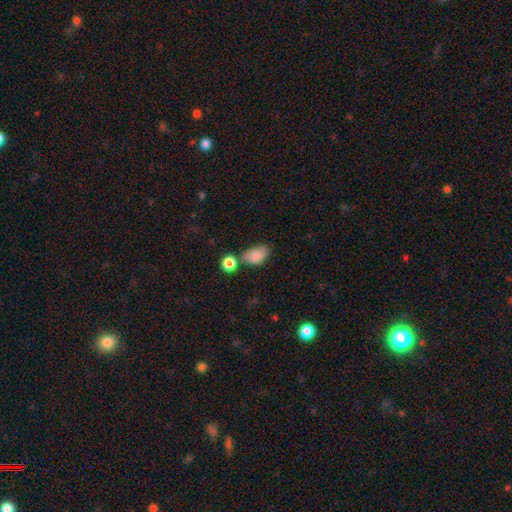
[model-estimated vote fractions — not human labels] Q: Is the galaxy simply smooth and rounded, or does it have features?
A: smooth — 84%.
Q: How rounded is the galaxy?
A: in between — 88%.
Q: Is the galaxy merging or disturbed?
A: none — 50%.